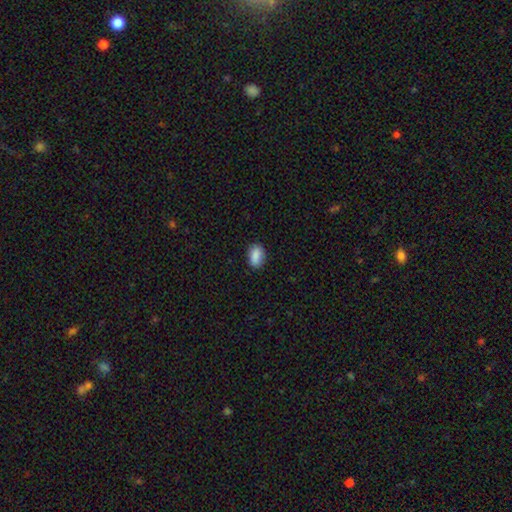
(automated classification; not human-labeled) Morphology: type=smooth (88%); roundness=in between (86%); merging=none (84%).